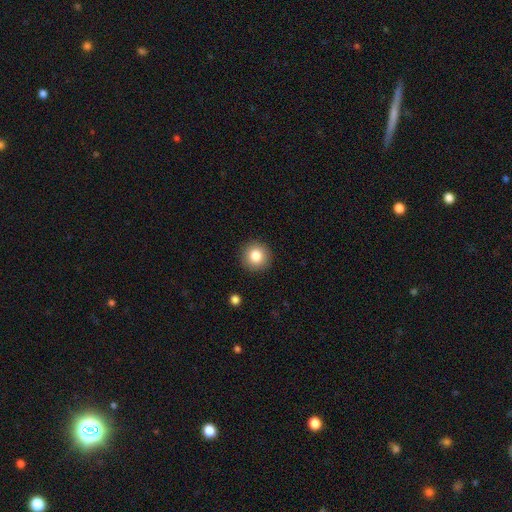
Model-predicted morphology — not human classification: This is clearly a smooth galaxy (83%). How rounded: clearly round (95%). Merging: clearly none (92%).